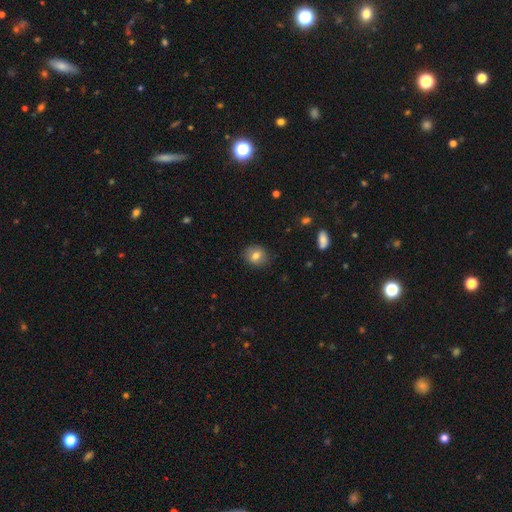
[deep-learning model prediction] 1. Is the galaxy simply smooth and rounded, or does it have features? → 75% smooth, 16% featured or disk, 10% star or artifact.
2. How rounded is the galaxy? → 73% round, 26% in between, 1% cigar-shaped.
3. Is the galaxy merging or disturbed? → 85% none, 12% minor disturbance, 3% major disturbance, 1% merger.